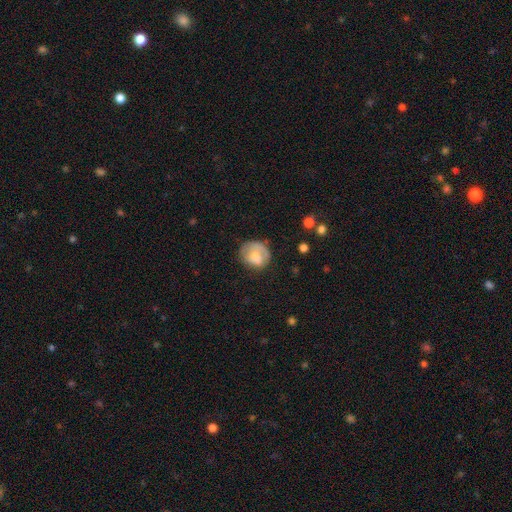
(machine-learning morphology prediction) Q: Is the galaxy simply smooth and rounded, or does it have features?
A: smooth — 64%.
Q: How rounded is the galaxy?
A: round — 73%.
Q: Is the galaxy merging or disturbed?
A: none — 55%.